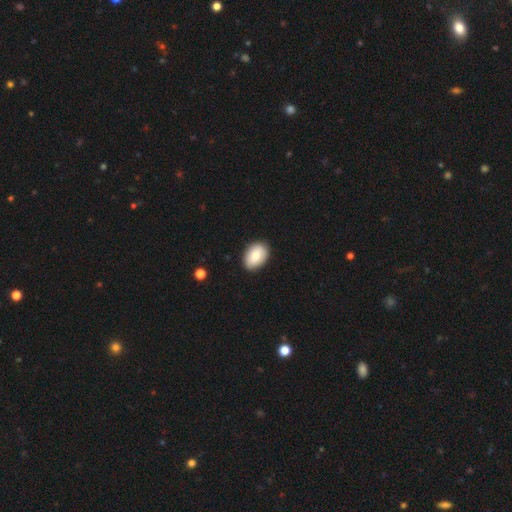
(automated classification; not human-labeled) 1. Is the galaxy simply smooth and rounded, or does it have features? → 77% smooth, 16% featured or disk, 7% star or artifact.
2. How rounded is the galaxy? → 82% in between, 17% round, 1% cigar-shaped.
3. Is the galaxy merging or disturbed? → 88% none, 9% minor disturbance, 2% major disturbance, 1% merger.